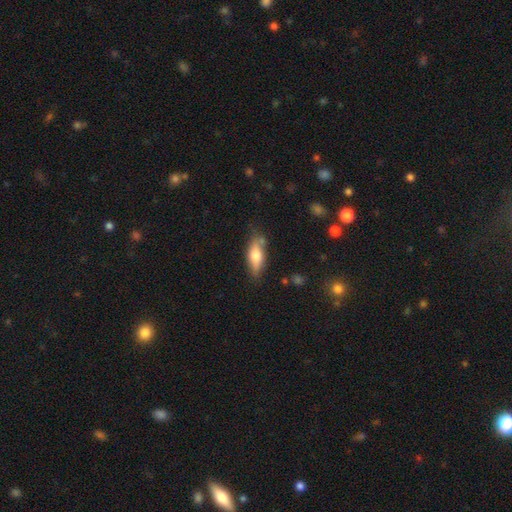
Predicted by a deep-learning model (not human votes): smooth-or-featured: smooth: 68% | featured or disk: 26% | star or artifact: 6%
  how-rounded: in between: 69% | cigar-shaped: 28% | round: 3%
  merging: none: 69% | minor disturbance: 22% | major disturbance: 5% | merger: 5%